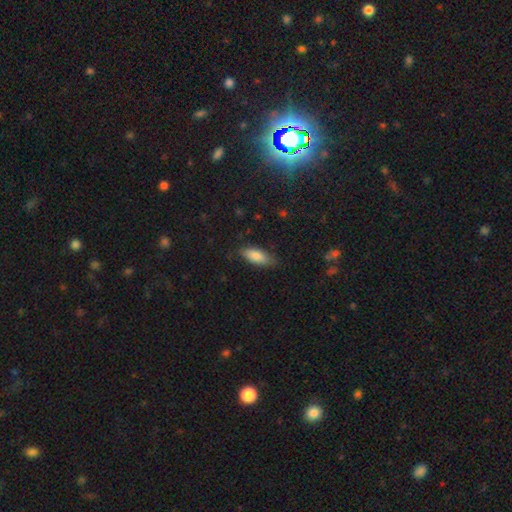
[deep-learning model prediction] Smooth or featured? Predicted: smooth (p=0.83). How rounded? Predicted: in between (p=0.79). Merging? Predicted: none (p=0.73).